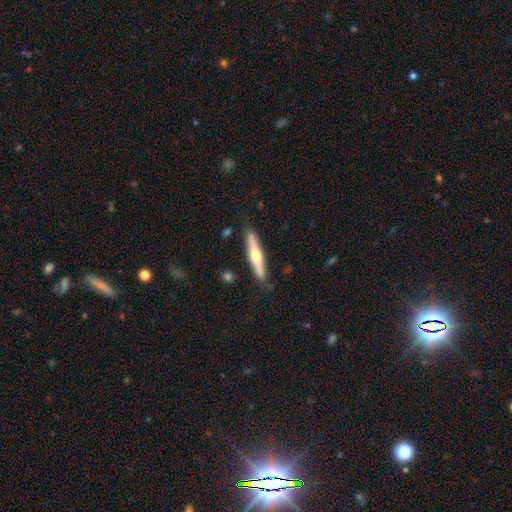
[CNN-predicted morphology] The model was most divided on "smooth or featured": featured or disk: 52%, smooth: 43%, star or artifact: 5%. More confident: edge-on disk — yes (93%); merging — none (85%).